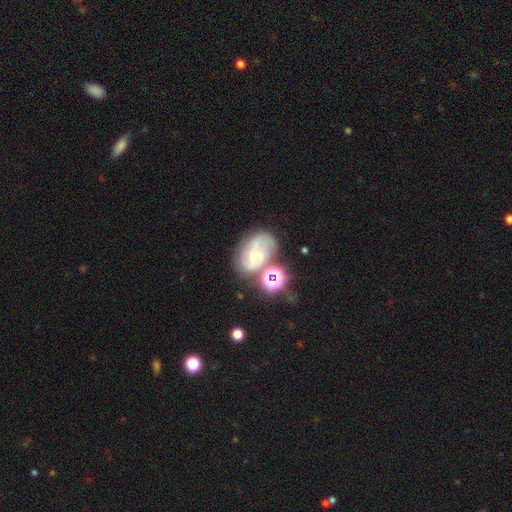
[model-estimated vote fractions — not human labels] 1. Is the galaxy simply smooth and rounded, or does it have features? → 63% featured or disk, 21% smooth, 16% star or artifact.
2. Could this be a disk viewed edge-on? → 97% no, 3% yes.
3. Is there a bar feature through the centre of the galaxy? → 55% no, 37% weak, 8% strong.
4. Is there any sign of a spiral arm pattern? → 87% yes, 13% no.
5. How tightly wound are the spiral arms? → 45% medium, 37% tight, 18% loose.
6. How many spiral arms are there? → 48% 2, 26% can't tell, 14% 3, 6% 1, 3% 4, 3% more than 4.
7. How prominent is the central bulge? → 60% small, 27% moderate, 9% none, 3% large, 2% dominant.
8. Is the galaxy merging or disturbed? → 50% none, 21% minor disturbance, 17% merger, 13% major disturbance.